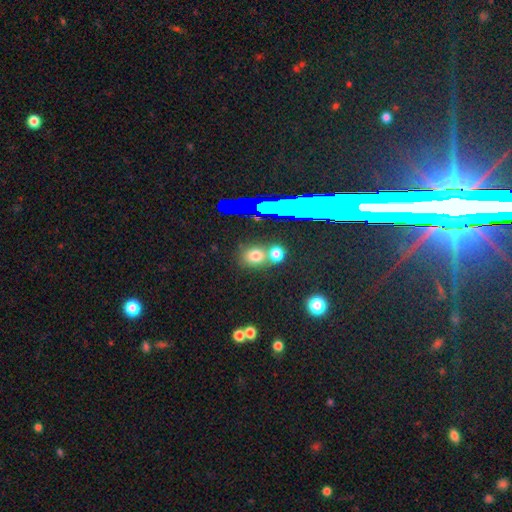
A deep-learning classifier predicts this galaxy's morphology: smooth-or-featured: smooth: 69% | star or artifact: 22% | featured or disk: 9%
  how-rounded: round: 69% | in between: 29% | cigar-shaped: 2%
  merging: none: 63% | merger: 24% | minor disturbance: 9% | major disturbance: 4%